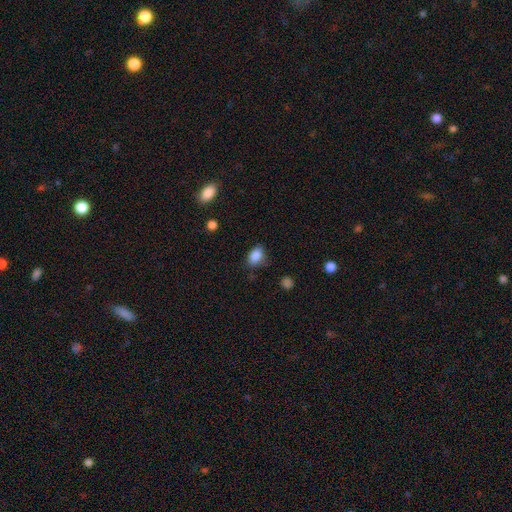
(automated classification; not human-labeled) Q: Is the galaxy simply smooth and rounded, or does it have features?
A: smooth — 86%.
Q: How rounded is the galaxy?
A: in between — 78%.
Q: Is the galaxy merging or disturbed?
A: none — 71%.